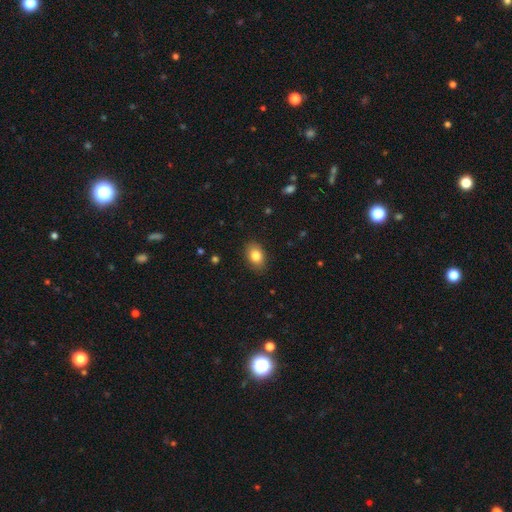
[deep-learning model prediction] A smooth galaxy with no disk features (84%) that is in between round and cigar-shaped (78%).

Vote fractions:
- Smooth or featured? smooth: 84% / star or artifact: 8% / featured or disk: 8%
- How rounded? in between: 78% / round: 21% / cigar-shaped: 1%
- Merging? none: 87% / minor disturbance: 10% / major disturbance: 2% / merger: 1%